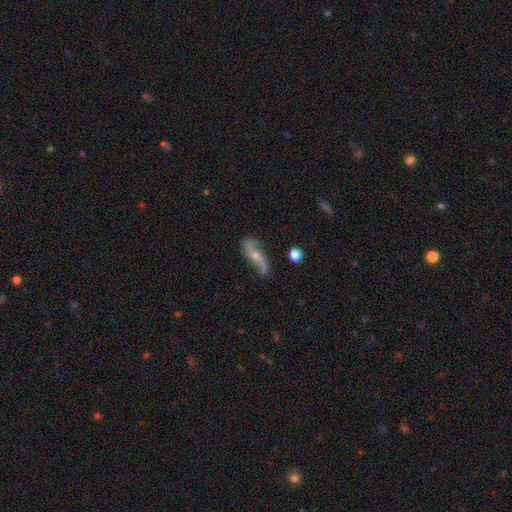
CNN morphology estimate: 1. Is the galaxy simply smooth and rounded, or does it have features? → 78% featured or disk, 15% smooth, 6% star or artifact.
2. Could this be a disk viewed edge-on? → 83% no, 17% yes.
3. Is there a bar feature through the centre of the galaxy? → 58% no, 27% weak, 15% strong.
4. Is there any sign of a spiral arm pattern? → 92% yes, 8% no.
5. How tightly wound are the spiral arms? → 81% loose, 14% medium, 6% tight.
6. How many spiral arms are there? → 91% 2, 4% can't tell, 3% 1, 1% 3, 1% 4, 1% more than 4.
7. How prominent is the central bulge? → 51% moderate, 43% small, 3% none, 2% large, 1% dominant.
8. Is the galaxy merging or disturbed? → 71% none, 19% minor disturbance, 7% major disturbance, 3% merger.